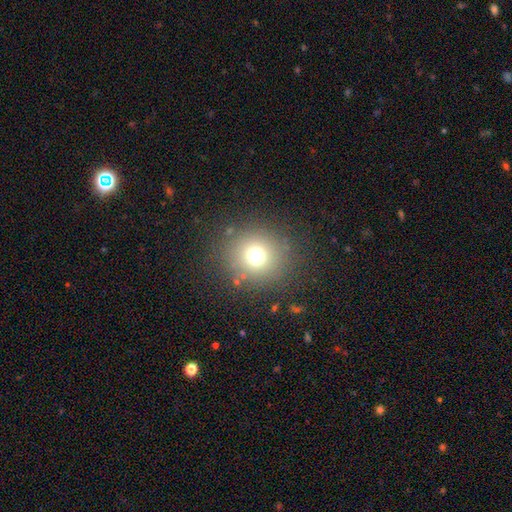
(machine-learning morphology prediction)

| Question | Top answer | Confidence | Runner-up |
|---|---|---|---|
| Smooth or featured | smooth | 69% | star or artifact (21%) |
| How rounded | round | 91% | in between (8%) |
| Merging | none | 84% | minor disturbance (8%) |